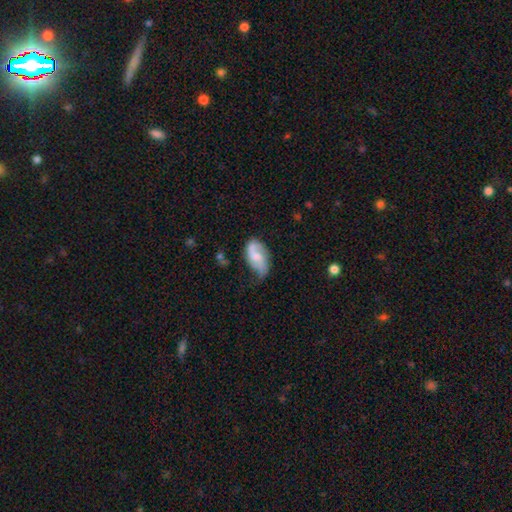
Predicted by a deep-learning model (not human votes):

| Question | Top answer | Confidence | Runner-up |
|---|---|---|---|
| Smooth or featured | featured or disk | 58% | smooth (36%) |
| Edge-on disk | no | 96% | yes (4%) |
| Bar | no | 49% | weak (41%) |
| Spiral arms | yes | 87% | no (13%) |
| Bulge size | moderate | 38% | small (37%) |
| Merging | none | 47% | minor disturbance (35%) |